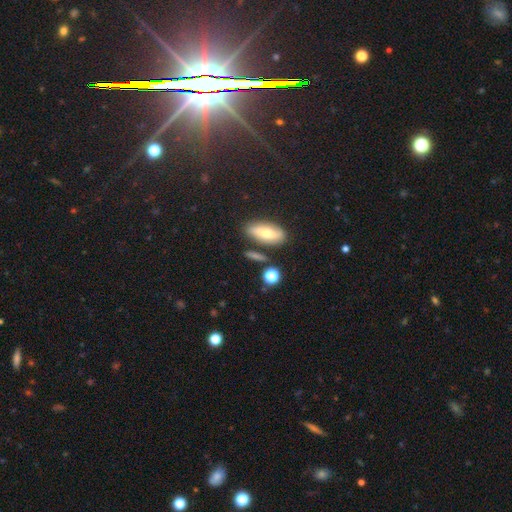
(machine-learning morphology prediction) smooth-or-featured: smooth: 59% | featured or disk: 25% | star or artifact: 16%
  how-rounded: in between: 55% | cigar-shaped: 30% | round: 15%
  merging: none: 79% | minor disturbance: 12% | merger: 6% | major disturbance: 4%